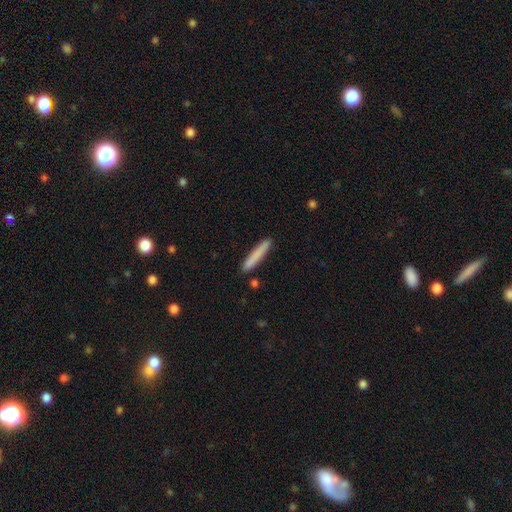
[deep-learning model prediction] smooth 80%, featured or disk 14%, star or artifact 6%. Down the decision tree: how rounded — cigar-shaped (95%); merging — none (89%).